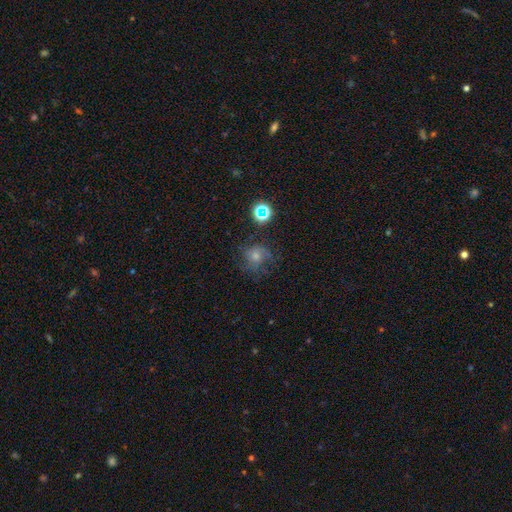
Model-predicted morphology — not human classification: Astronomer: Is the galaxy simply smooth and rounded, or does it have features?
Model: featured or disk — 45% (runner-up: smooth, 30%).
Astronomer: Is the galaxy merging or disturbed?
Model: none — 66%.